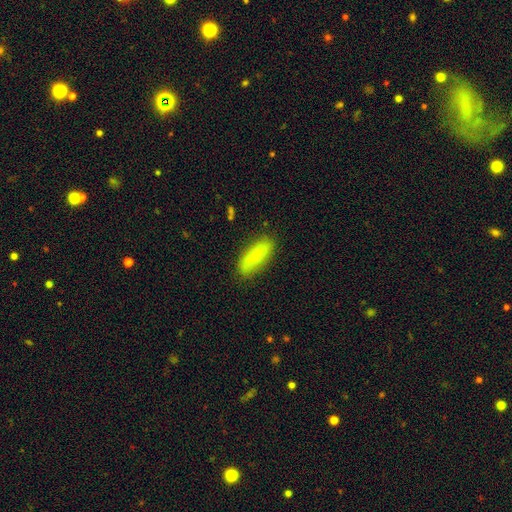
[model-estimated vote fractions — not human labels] Morphology: type=smooth (80%); roundness=cigar-shaped (52%); merging=none (79%).